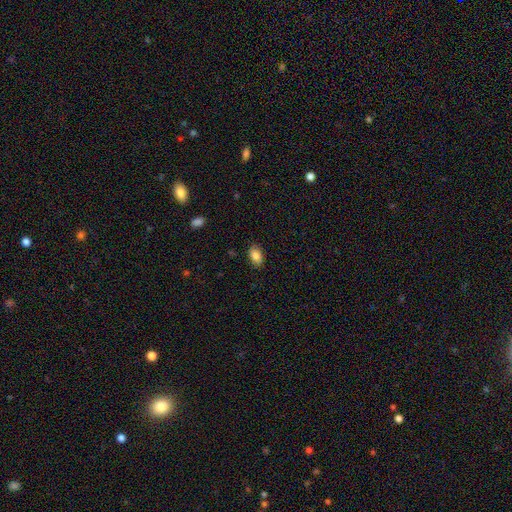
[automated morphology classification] smooth_or_featured: smooth (p=0.86) [alt: star or artifact p=0.08]
how_rounded: in between (p=0.90) [alt: round p=0.09]
merging: none (p=0.86) [alt: minor disturbance p=0.10]